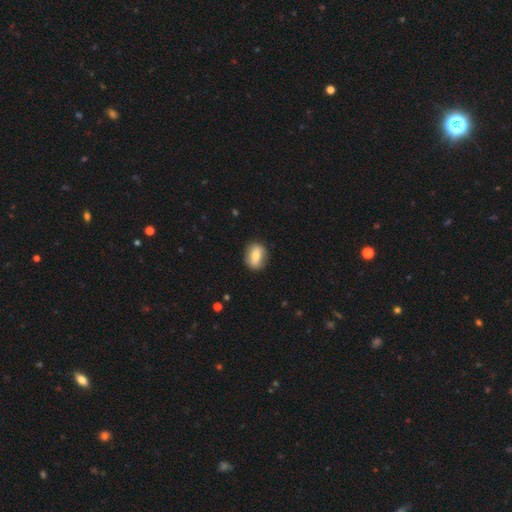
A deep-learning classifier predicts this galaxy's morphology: A smooth galaxy with no disk features (70%) that is in between round and cigar-shaped (64%). Merging: none (84%).